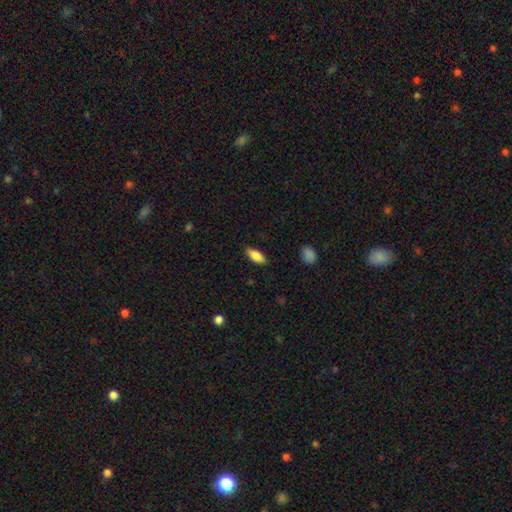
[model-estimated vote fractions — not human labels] This appears to be a smooth galaxy with no disk features (85%) that is in between round and cigar-shaped (83%). Merging: none (86%).